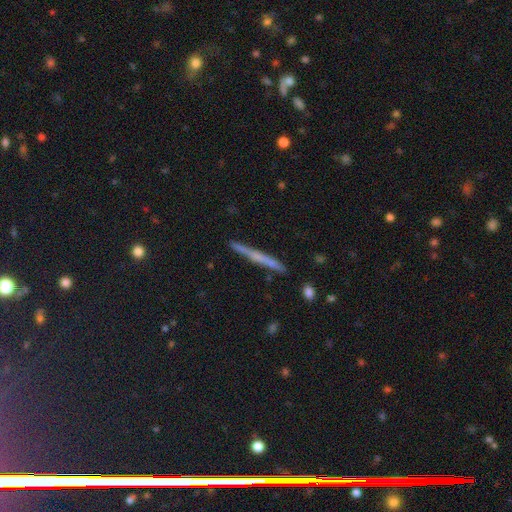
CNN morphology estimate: Smooth or featured?
  - featured or disk: 49% *
  - smooth: 44%
  - star or artifact: 7%
Merging?
  - none: 89% *
  - minor disturbance: 8%
  - merger: 2%
  - major disturbance: 1%